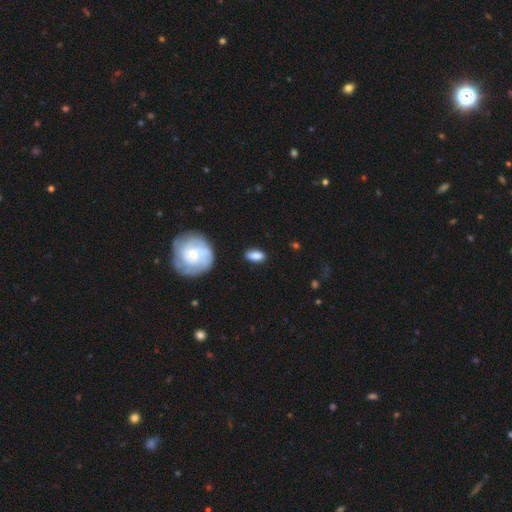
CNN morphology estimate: Smooth or featured? Predicted: smooth (p=0.82). How rounded? Predicted: in between (p=0.86). Merging? Predicted: none (p=0.83).